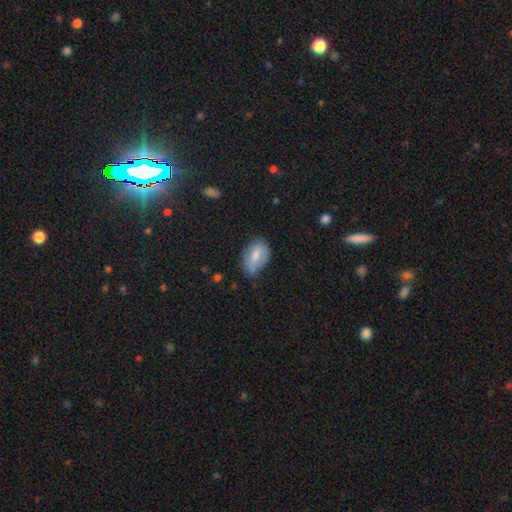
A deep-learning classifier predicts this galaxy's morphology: Overall: smooth (67%). How rounded: in between (84%). Merging: none (47%; minor disturbance 39%).